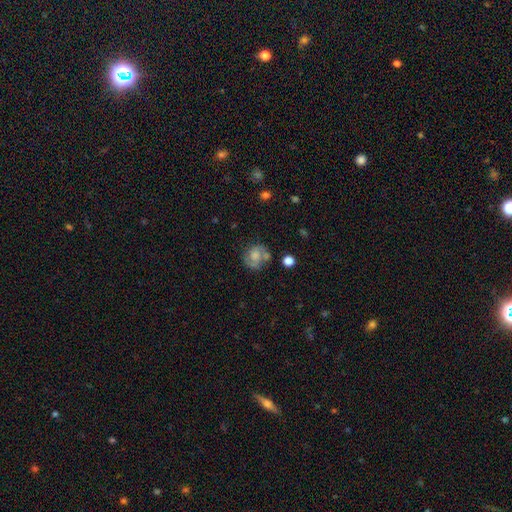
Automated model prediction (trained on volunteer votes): smooth_or_featured: featured or disk (p=0.45) [tied with: smooth p=0.45]
merging: none (p=0.52) [alt: minor disturbance p=0.22]